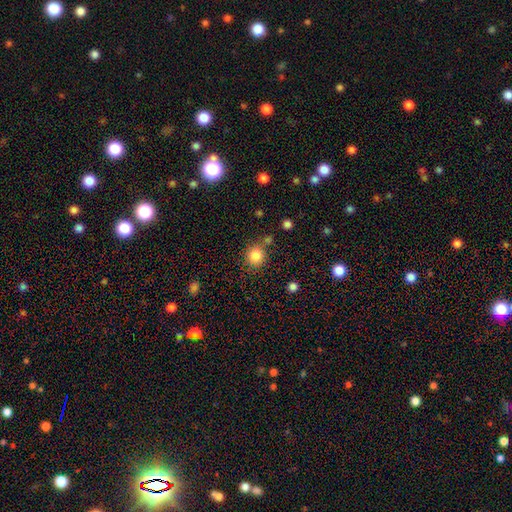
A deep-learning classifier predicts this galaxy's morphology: smooth_or_featured: smooth (p=0.84) [alt: star or artifact p=0.11]
how_rounded: round (p=0.87) [alt: in between p=0.12]
merging: none (p=0.76) [alt: minor disturbance p=0.11]